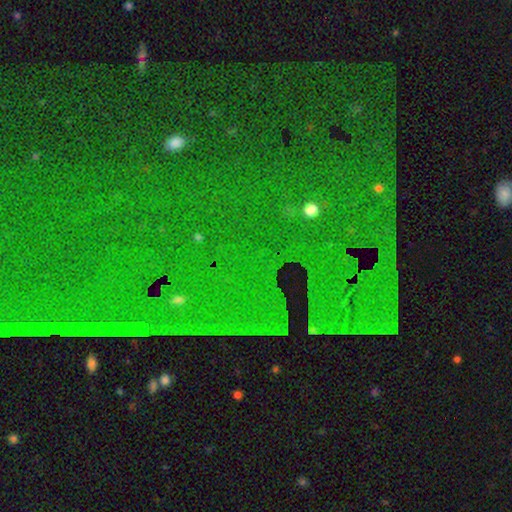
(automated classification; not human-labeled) Overall: star or artifact (76%).